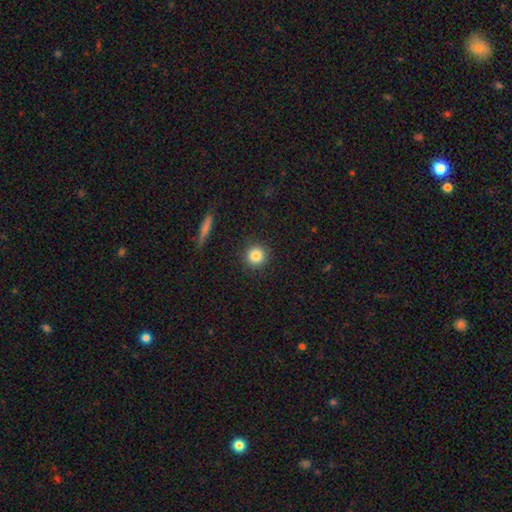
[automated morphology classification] Smooth or featured? Predicted: smooth (p=0.85). How rounded? Predicted: round (p=0.94). Merging? Predicted: none (p=0.91).